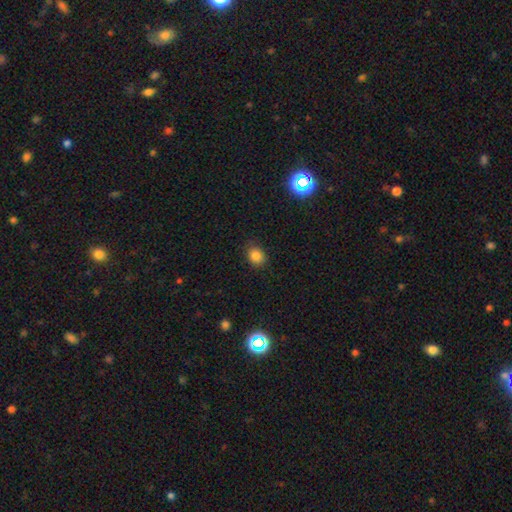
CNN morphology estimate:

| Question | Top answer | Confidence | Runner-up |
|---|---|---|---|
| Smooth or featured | smooth | 82% | star or artifact (13%) |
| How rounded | round | 63% | in between (36%) |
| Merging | none | 83% | minor disturbance (13%) |